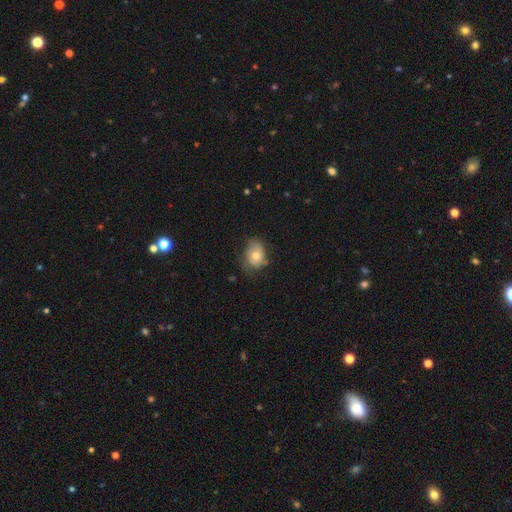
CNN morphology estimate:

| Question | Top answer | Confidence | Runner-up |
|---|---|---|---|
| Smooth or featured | smooth | 69% | featured or disk (22%) |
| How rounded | in between | 59% | round (40%) |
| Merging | none | 55% | minor disturbance (32%) |